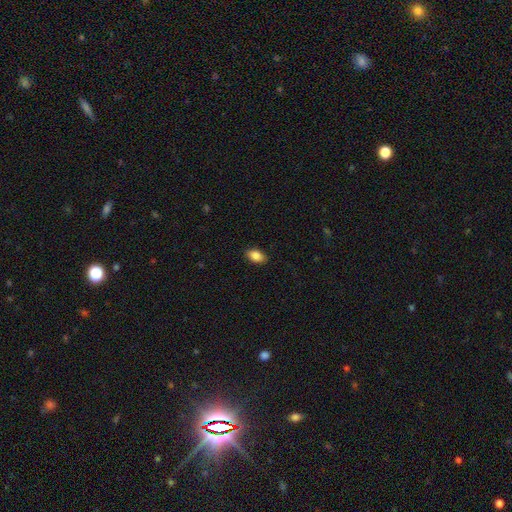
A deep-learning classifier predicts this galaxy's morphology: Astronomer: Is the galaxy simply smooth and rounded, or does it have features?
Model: smooth — 86%.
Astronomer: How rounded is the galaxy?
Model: in between — 91%.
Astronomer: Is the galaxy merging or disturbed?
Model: none — 88%.